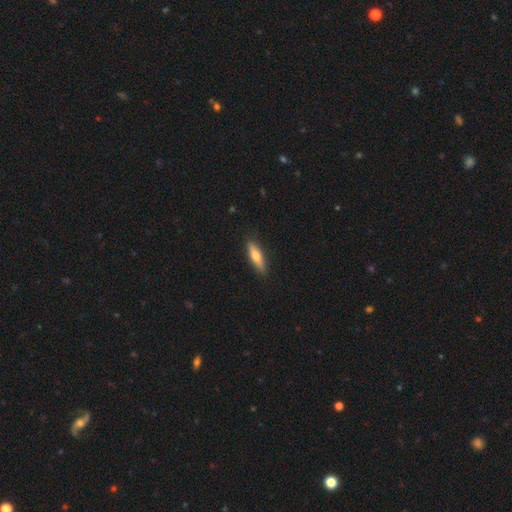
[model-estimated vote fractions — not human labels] Morphology: type=smooth (67%); roundness=cigar-shaped (71%); merging=none (88%).